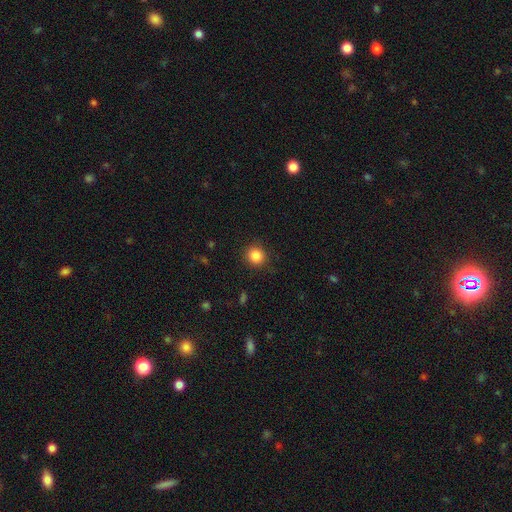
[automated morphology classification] The model was most divided on "smooth or featured": smooth: 86%, star or artifact: 10%, featured or disk: 4%. More confident: how rounded — round (91%); merging — none (89%).